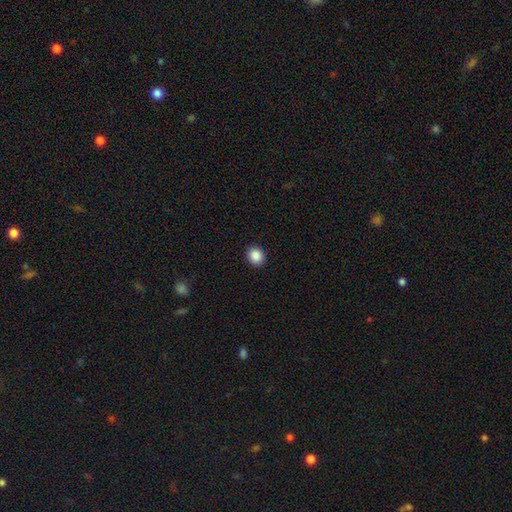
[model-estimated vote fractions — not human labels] Morphology: type=smooth (88%); roundness=round (80%); merging=none (92%).